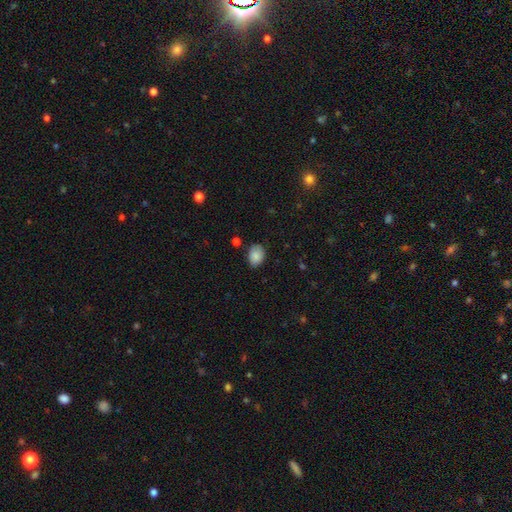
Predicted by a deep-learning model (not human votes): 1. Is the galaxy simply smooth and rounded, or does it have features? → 86% smooth, 8% star or artifact, 6% featured or disk.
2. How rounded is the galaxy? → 73% in between, 27% round, 1% cigar-shaped.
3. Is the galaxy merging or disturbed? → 79% none, 16% minor disturbance, 3% major disturbance, 2% merger.